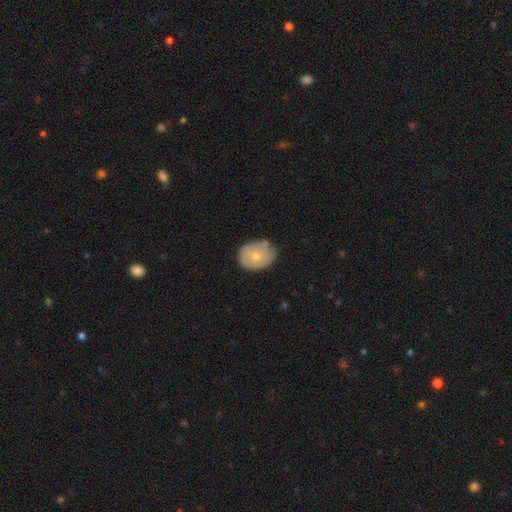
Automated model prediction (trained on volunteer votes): The model was most divided on "how rounded": in between: 61%, round: 38%, cigar-shaped: 1%. More confident: smooth or featured — smooth (69%); merging — none (63%).